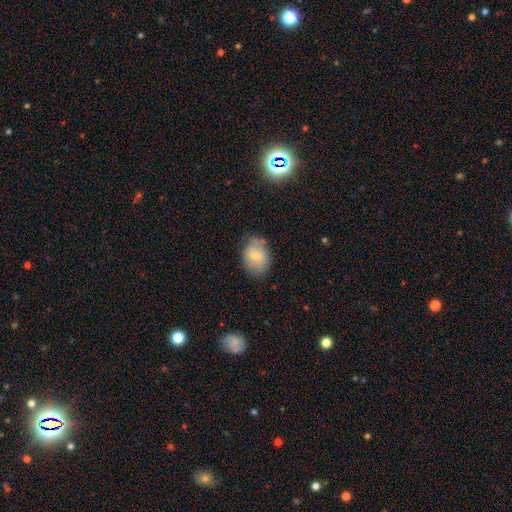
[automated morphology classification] This is likely a smooth galaxy (73%). How rounded: likely in between (70%). Merging: likely none (69%).